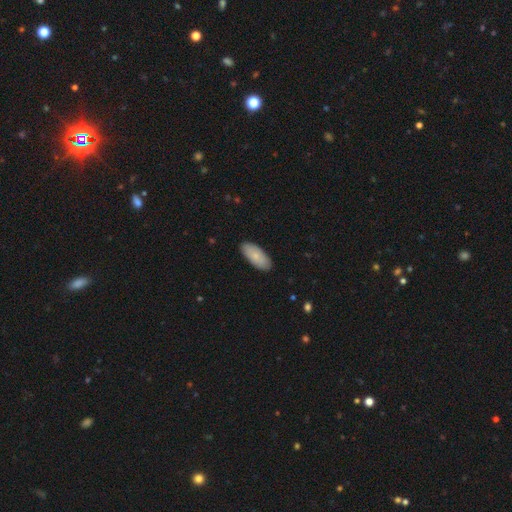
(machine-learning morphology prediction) A smooth galaxy with no disk features (79%) that is in between round and cigar-shaped (90%).

Vote fractions:
- Smooth or featured? smooth: 79% / featured or disk: 15% / star or artifact: 5%
- How rounded? in between: 90% / cigar-shaped: 8% / round: 2%
- Merging? none: 88% / minor disturbance: 10% / major disturbance: 2% / merger: 1%